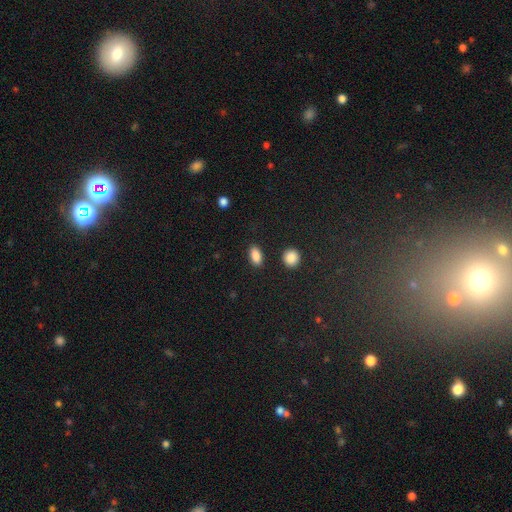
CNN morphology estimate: Smooth or featured?
  - smooth: 88% *
  - star or artifact: 8%
  - featured or disk: 4%
How rounded?
  - in between: 86% *
  - round: 9%
  - cigar-shaped: 5%
Merging?
  - none: 87% *
  - minor disturbance: 8%
  - major disturbance: 3%
  - merger: 2%